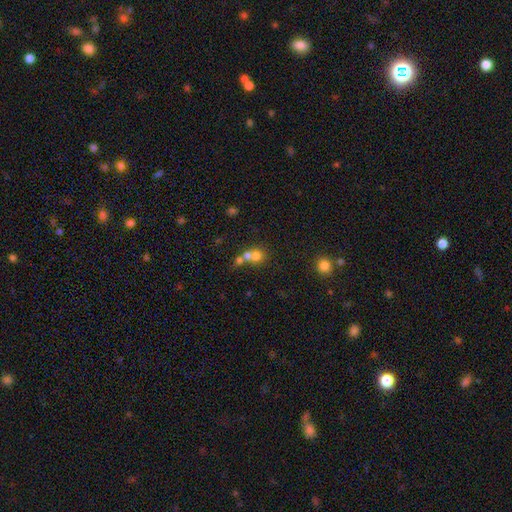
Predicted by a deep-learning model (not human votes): smooth-or-featured: smooth: 69% | featured or disk: 17% | star or artifact: 15%
  how-rounded: round: 84% | in between: 15% | cigar-shaped: 1%
  merging: merger: 55% | none: 36% | minor disturbance: 6% | major disturbance: 3%